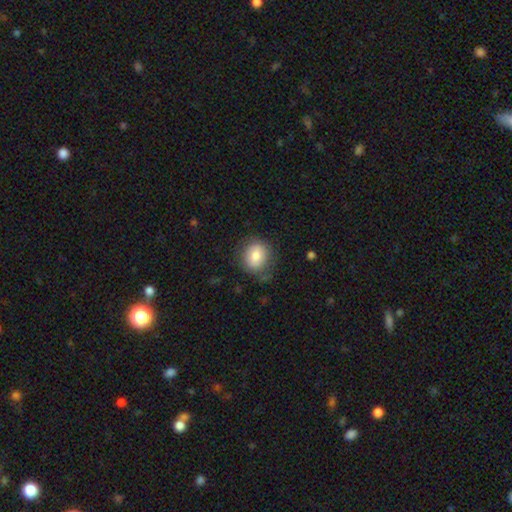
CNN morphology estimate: Q: Smooth or featured?
A: smooth (79%); runner-up: featured or disk (12%)
Q: How rounded?
A: round (69%); runner-up: in between (30%)
Q: Merging?
A: none (76%); runner-up: minor disturbance (16%)